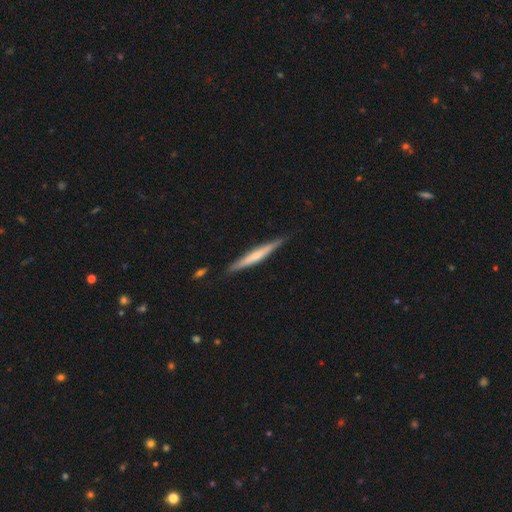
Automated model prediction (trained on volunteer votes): This appears to be a featured or disk galaxy (51%) viewed edge-on (96%). Merging: none (87%).